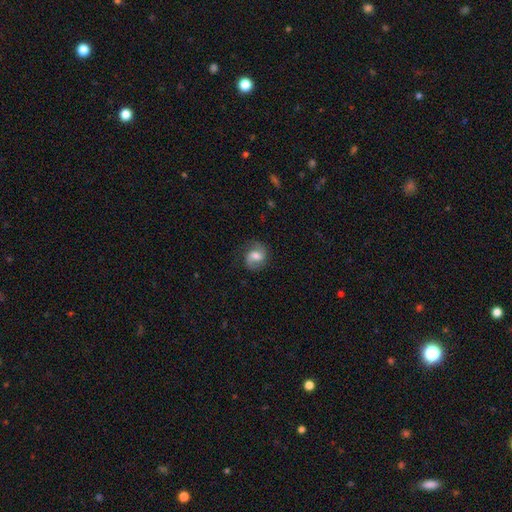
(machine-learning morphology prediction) Q: Smooth or featured?
A: featured or disk (67%); runner-up: smooth (25%)
Q: Edge-on disk?
A: no (98%); runner-up: yes (2%)
Q: Bar?
A: weak (46%); runner-up: no (40%)
Q: Spiral arms?
A: yes (93%); runner-up: no (7%)
Q: Spiral winding?
A: medium (48%); runner-up: loose (32%)
Q: Spiral arm count?
A: 2 (88%); runner-up: 1 (5%)
Q: Bulge size?
A: moderate (63%); runner-up: small (19%)
Q: Merging?
A: none (78%); runner-up: minor disturbance (15%)